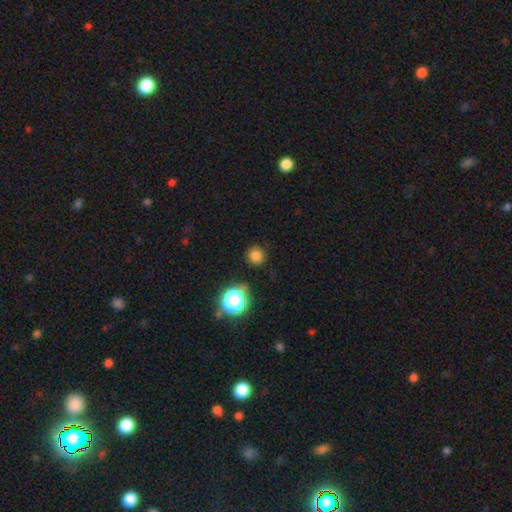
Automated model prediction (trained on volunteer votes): The model was most divided on "smooth or featured": smooth: 78%, star or artifact: 18%, featured or disk: 5%. More confident: how rounded — round (94%); merging — none (88%).